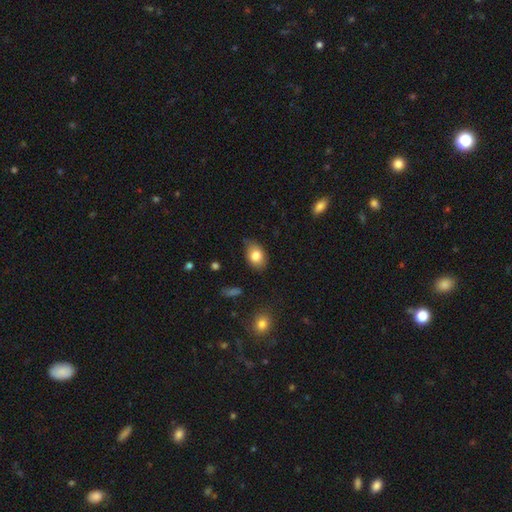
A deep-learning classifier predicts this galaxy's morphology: Smooth or featured? smooth (81%)
How rounded? in between (79%)
Merging? none (73%)